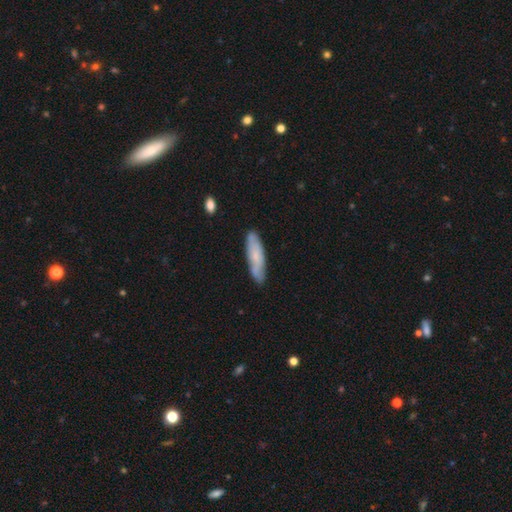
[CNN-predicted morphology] Q: Smooth or featured?
A: smooth (59%); runner-up: featured or disk (35%)
Q: How rounded?
A: cigar-shaped (63%); runner-up: in between (35%)
Q: Merging?
A: none (82%); runner-up: minor disturbance (14%)